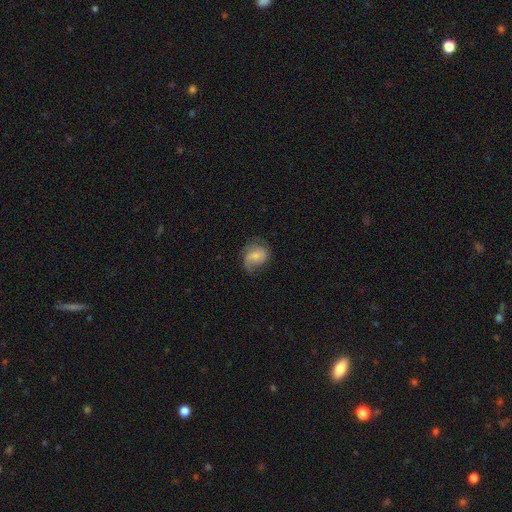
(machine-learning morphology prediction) smooth-or-featured: featured or disk: 50% | smooth: 42% | star or artifact: 8%
  disk-edge-on: no: 97% | yes: 3%
  merging: none: 55% | minor disturbance: 27% | major disturbance: 17% | merger: 1%